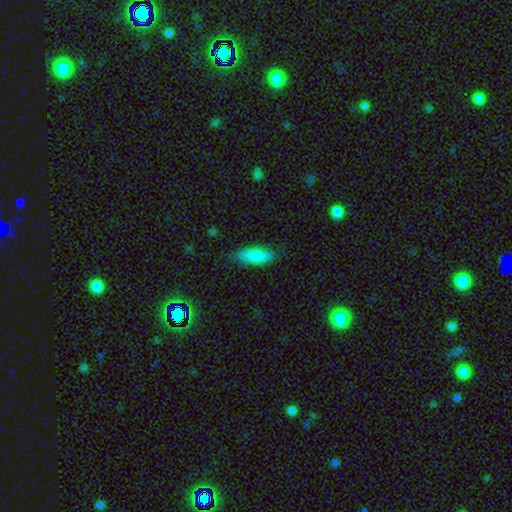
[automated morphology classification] Smooth or featured? Predicted: smooth (p=0.85). How rounded? Predicted: in between (p=0.72). Merging? Predicted: none (p=0.79).